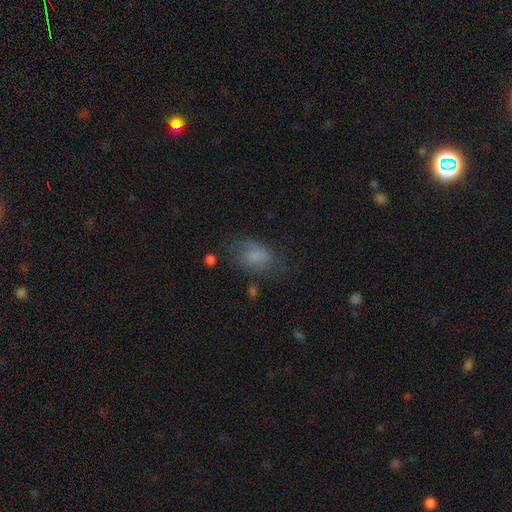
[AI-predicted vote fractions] Overall: smooth (67%). How rounded: in between (81%). Merging: none (51%; minor disturbance 27%).